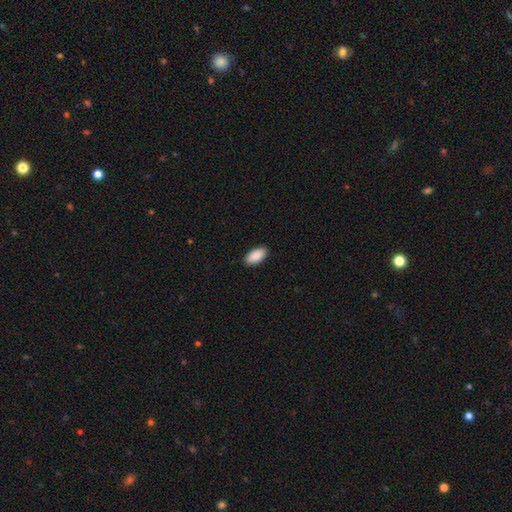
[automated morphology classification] smooth_or_featured: smooth (p=0.91) [alt: star or artifact p=0.06]
how_rounded: in between (p=0.94) [alt: cigar-shaped p=0.04]
merging: none (p=0.90) [alt: minor disturbance p=0.07]